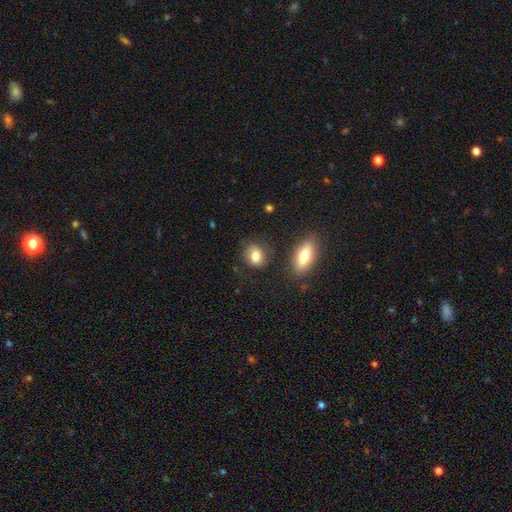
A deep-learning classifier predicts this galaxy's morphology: A smooth galaxy with no disk features (80%) that is in between round and cigar-shaped (58%).

Vote fractions:
- Smooth or featured? smooth: 80% / featured or disk: 11% / star or artifact: 9%
- How rounded? in between: 58% / round: 40% / cigar-shaped: 2%
- Merging? none: 72% / minor disturbance: 17% / major disturbance: 5% / merger: 5%